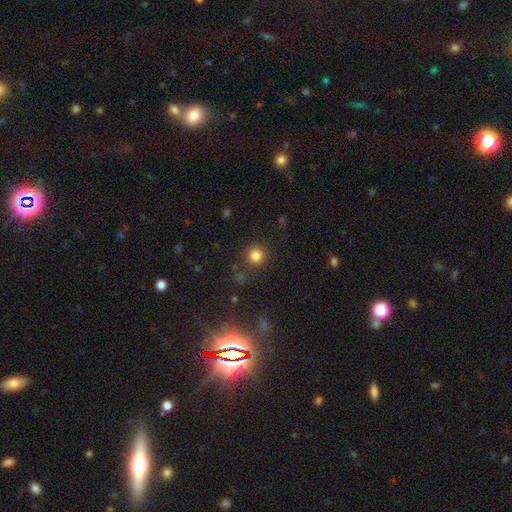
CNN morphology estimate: smooth-or-featured: smooth: 82% | star or artifact: 14% | featured or disk: 5%
  how-rounded: round: 93% | in between: 6% | cigar-shaped: 1%
  merging: none: 85% | minor disturbance: 8% | major disturbance: 4% | merger: 4%